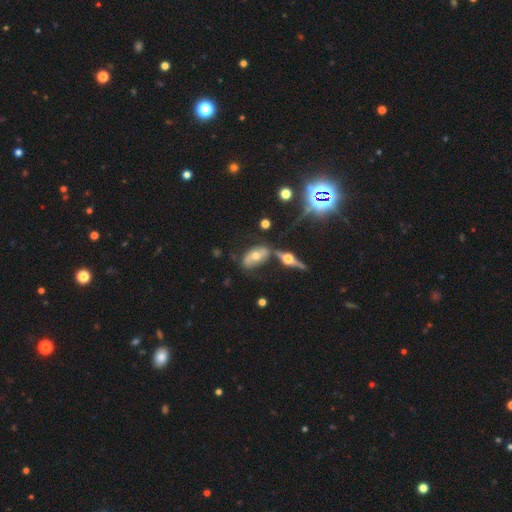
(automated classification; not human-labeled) A featured or disk galaxy (43%). Merging: none (53%).